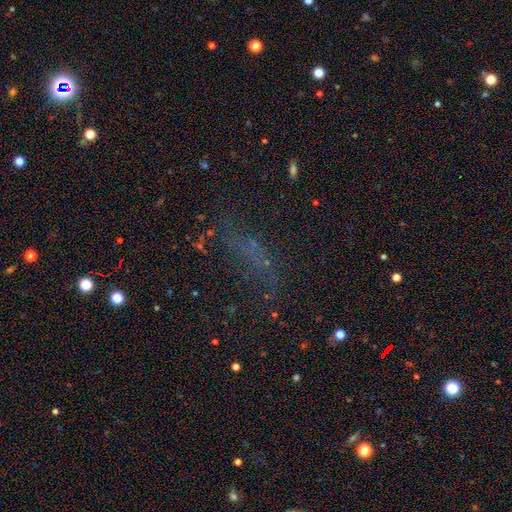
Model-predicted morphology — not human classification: This is possibly a star or artifact rather than a galaxy (46%).